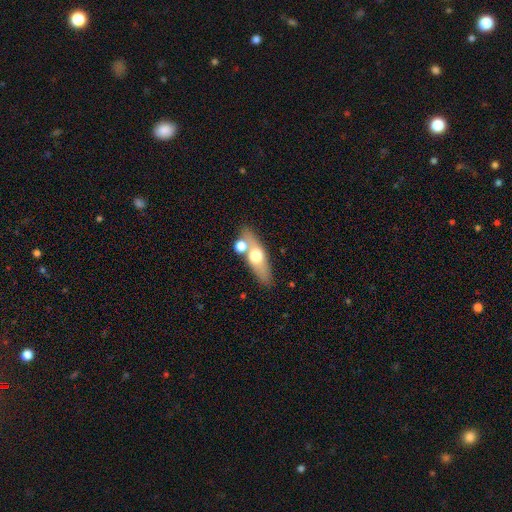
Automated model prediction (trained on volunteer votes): This is possibly a smooth galaxy (53%). How rounded: possibly in between (52%). Merging: likely none (62%).